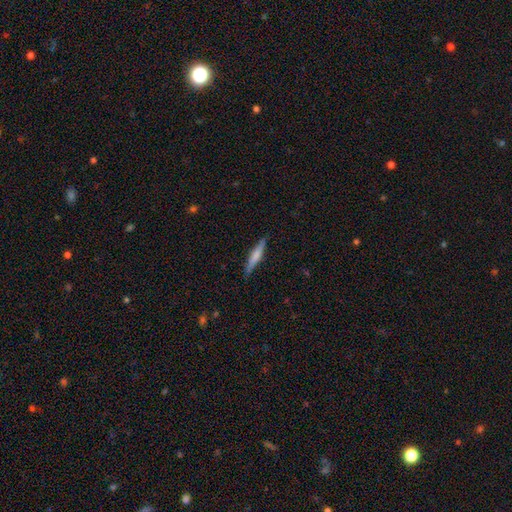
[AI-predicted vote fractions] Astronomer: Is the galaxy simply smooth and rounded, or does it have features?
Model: smooth — 51% (runner-up: featured or disk, 43%).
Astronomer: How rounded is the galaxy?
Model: cigar-shaped — 90%.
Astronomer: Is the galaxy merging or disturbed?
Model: none — 87%.